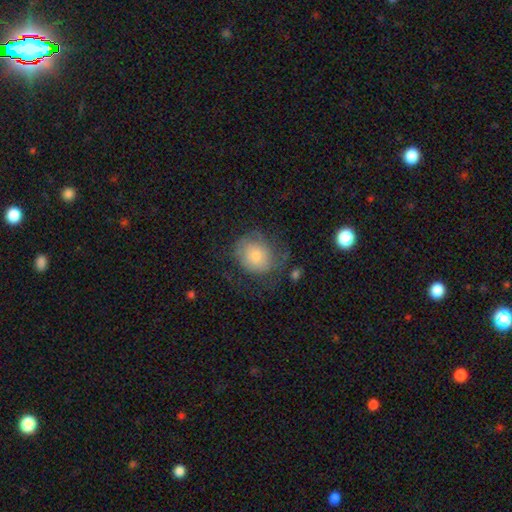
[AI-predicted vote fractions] Overall: smooth (60%; featured or disk 30%). How rounded: round (71%). Merging: none (53%; minor disturbance 23%).